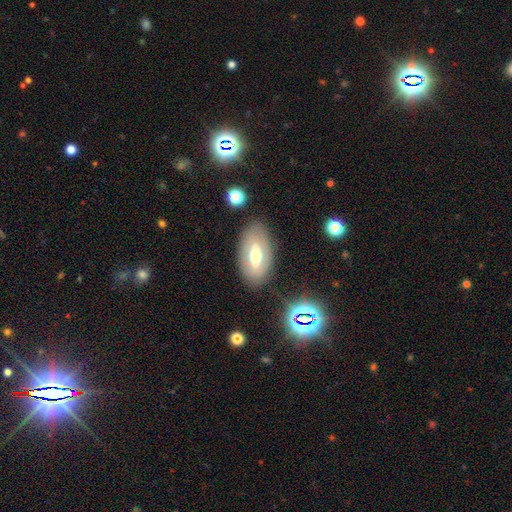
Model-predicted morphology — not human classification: type=featured or disk (50%); merging=none (81%).